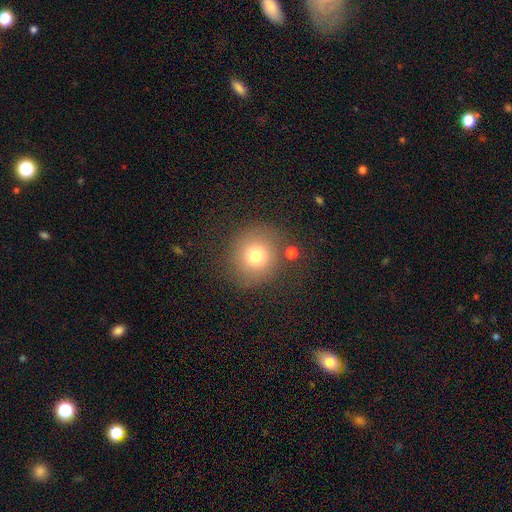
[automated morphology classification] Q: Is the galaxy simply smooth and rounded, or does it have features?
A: smooth — 74%.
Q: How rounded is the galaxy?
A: round — 92%.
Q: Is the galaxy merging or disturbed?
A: none — 79%.